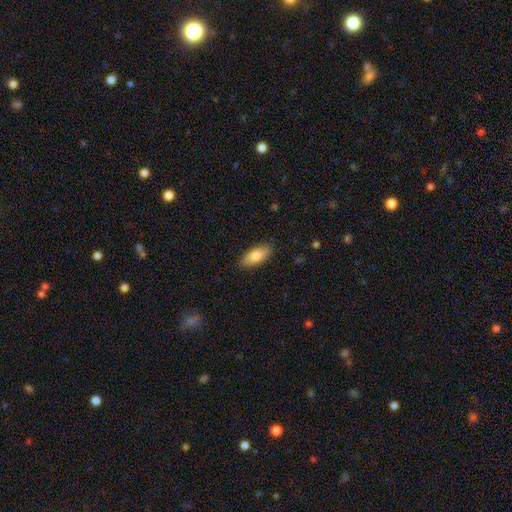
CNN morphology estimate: Smooth or featured? smooth (82%)
How rounded? in between (83%)
Merging? none (88%)